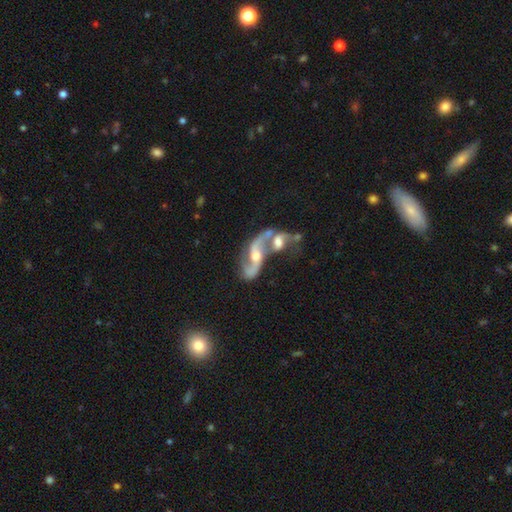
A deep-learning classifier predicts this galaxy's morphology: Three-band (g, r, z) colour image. It shows a featured or disk galaxy (55%). Merging: merger (49%).